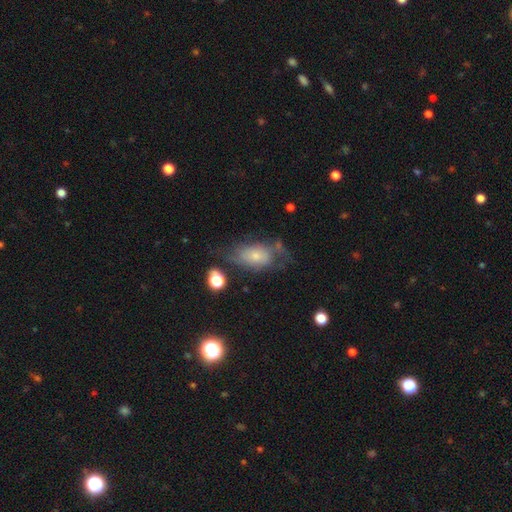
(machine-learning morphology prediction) Overall: smooth (52%; featured or disk 38%). How rounded: in between (86%). Merging: none (37%; minor disturbance 29%).